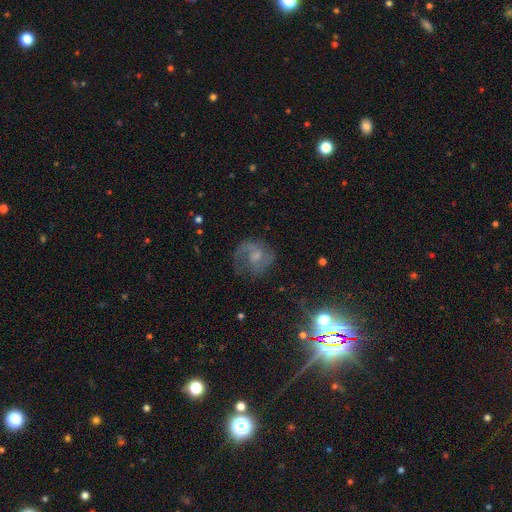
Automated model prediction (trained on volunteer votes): featured or disk 69%, smooth 19%, star or artifact 12%. Down the decision tree: edge-on disk — no (97%); bar — no (53%); spiral arms — yes (90%); spiral arm count — 2 (62%); spiral winding — medium (50%); bulge size — small (44%); merging — none (64%).